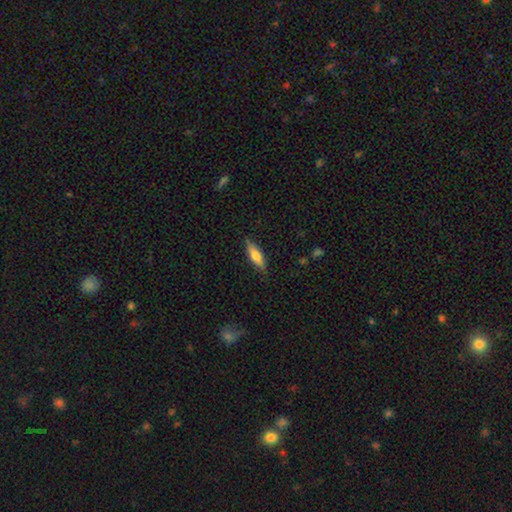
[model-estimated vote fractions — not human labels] This is likely a smooth galaxy (62%). How rounded: possibly cigar-shaped (59%). Merging: clearly none (86%).